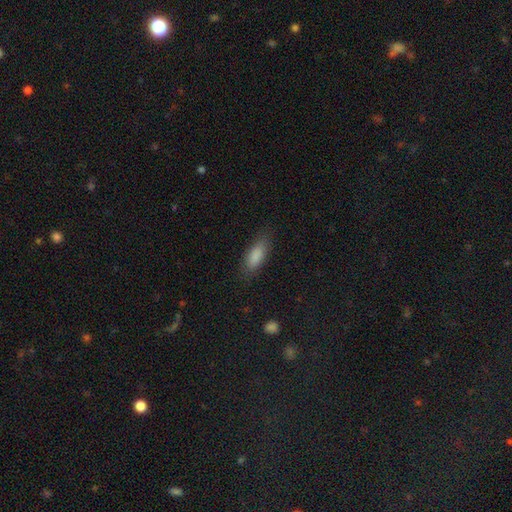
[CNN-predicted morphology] smooth_or_featured: smooth (p=0.87) [alt: star or artifact p=0.07]
how_rounded: in between (p=0.71) [alt: cigar-shaped p=0.27]
merging: none (p=0.81) [alt: minor disturbance p=0.14]